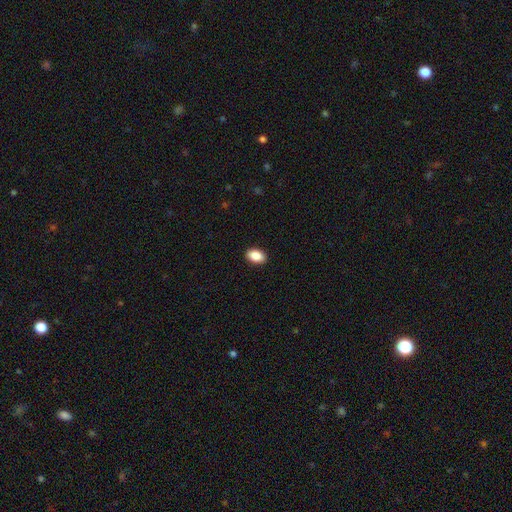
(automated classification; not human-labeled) smooth-or-featured: smooth: 88% | star or artifact: 7% | featured or disk: 5%
  how-rounded: in between: 90% | round: 9% | cigar-shaped: 2%
  merging: none: 90% | minor disturbance: 7% | major disturbance: 2% | merger: 1%